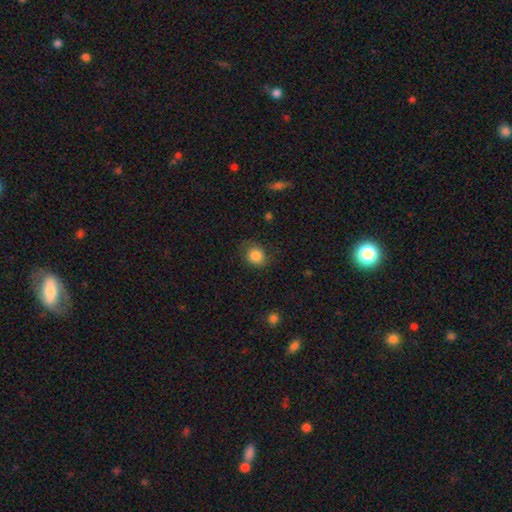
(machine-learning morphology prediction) smooth_or_featured: smooth (p=0.82) [alt: featured or disk p=0.09]
how_rounded: round (p=0.74) [alt: in between p=0.25]
merging: none (p=0.70) [alt: minor disturbance p=0.20]